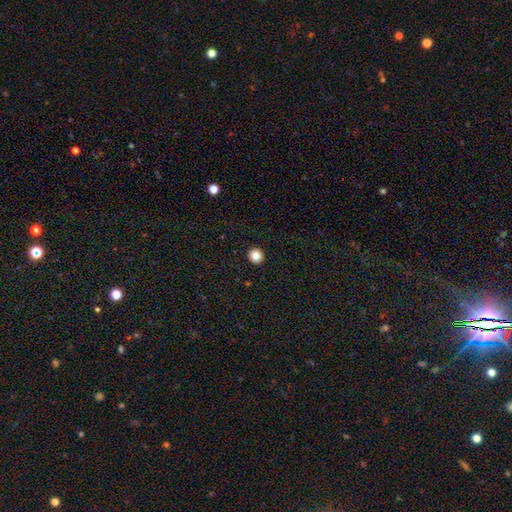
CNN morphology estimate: smooth-or-featured: smooth: 86% | star or artifact: 10% | featured or disk: 3%
  how-rounded: round: 93% | in between: 6% | cigar-shaped: 1%
  merging: none: 94% | minor disturbance: 4% | major disturbance: 1% | merger: 1%